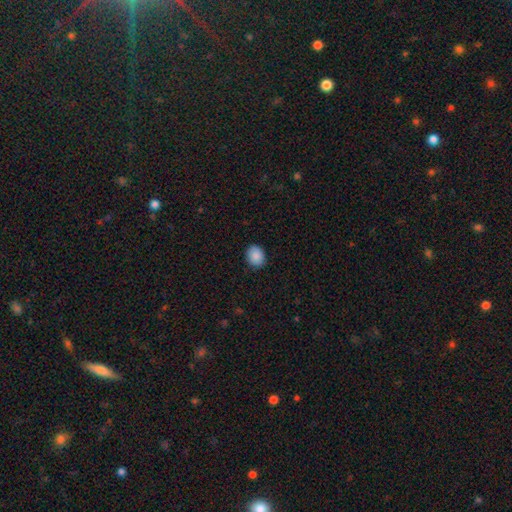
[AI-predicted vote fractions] smooth 89%, star or artifact 8%, featured or disk 4%. Down the decision tree: how rounded — round (57%); merging — none (88%).